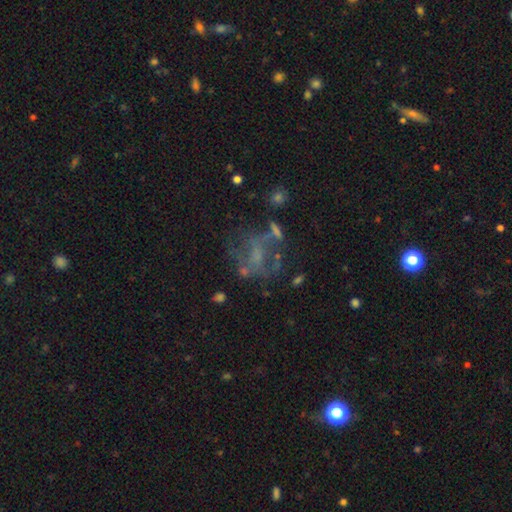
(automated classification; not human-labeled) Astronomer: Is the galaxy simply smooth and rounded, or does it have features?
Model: featured or disk — 59%.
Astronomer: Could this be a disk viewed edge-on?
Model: no — 97%.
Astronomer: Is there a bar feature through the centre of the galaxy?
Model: no — 69%.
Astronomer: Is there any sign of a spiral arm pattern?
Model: no — 68%.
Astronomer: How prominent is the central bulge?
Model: none — 52%.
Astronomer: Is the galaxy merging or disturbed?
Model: none — 43% (runner-up: major disturbance, 29%).